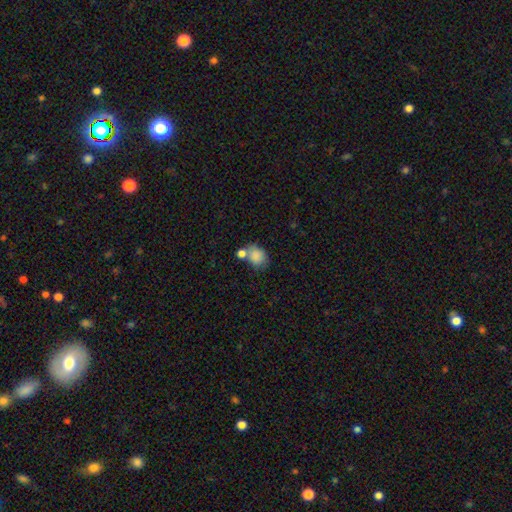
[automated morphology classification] smooth 83%, star or artifact 9%, featured or disk 8%. Down the decision tree: how rounded — in between (51%); merging — none (42%).